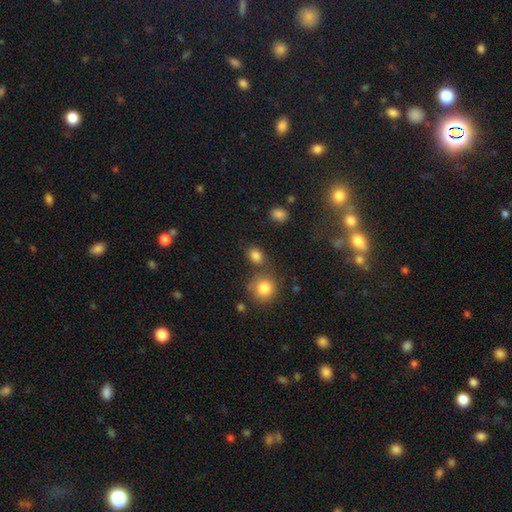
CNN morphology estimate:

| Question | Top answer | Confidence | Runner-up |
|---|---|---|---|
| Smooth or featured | smooth | 84% | star or artifact (11%) |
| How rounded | in between | 53% | round (45%) |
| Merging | none | 66% | merger (17%) |